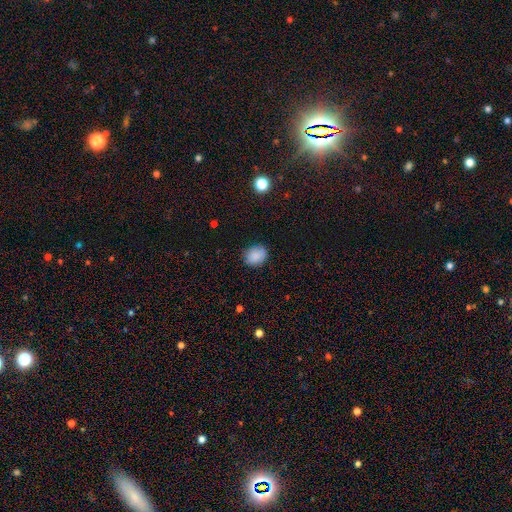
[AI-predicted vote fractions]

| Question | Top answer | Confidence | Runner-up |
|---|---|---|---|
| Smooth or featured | smooth | 85% | star or artifact (9%) |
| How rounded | round | 57% | in between (42%) |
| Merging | none | 81% | minor disturbance (15%) |